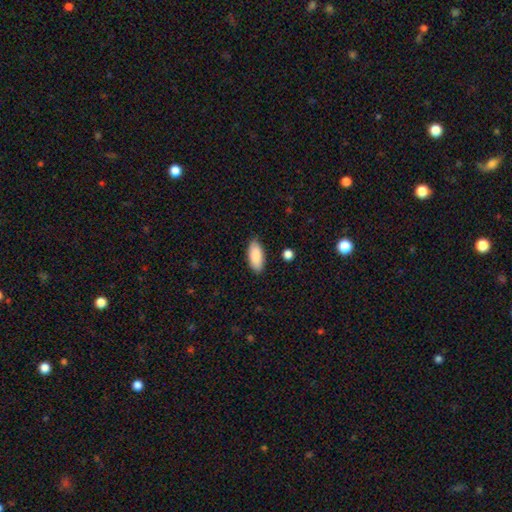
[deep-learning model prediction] This is clearly a smooth galaxy (88%). How rounded: clearly in between (88%). Merging: clearly none (86%).